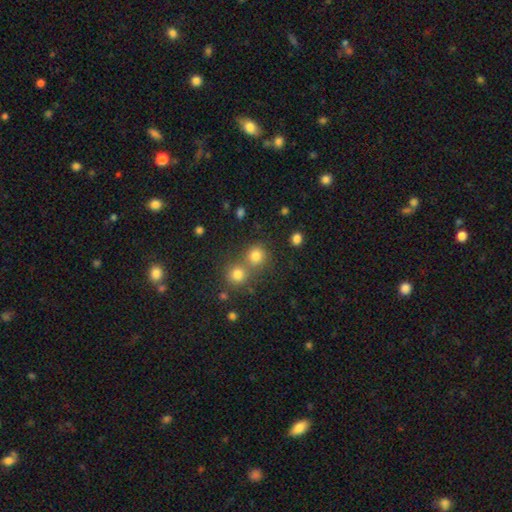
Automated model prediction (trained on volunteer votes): A smooth galaxy with no disk features (79%) that is round (87%).

Vote fractions:
- Smooth or featured? smooth: 79% / star or artifact: 15% / featured or disk: 7%
- How rounded? round: 87% / in between: 12% / cigar-shaped: 1%
- Merging? none: 55% / merger: 35% / minor disturbance: 7% / major disturbance: 3%